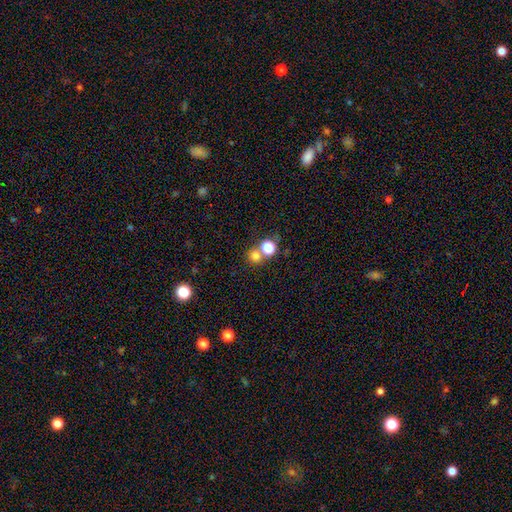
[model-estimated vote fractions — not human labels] smooth-or-featured: smooth: 76% | star or artifact: 15% | featured or disk: 8%
  how-rounded: round: 85% | in between: 14% | cigar-shaped: 1%
  merging: none: 49% | merger: 42% | minor disturbance: 6% | major disturbance: 3%